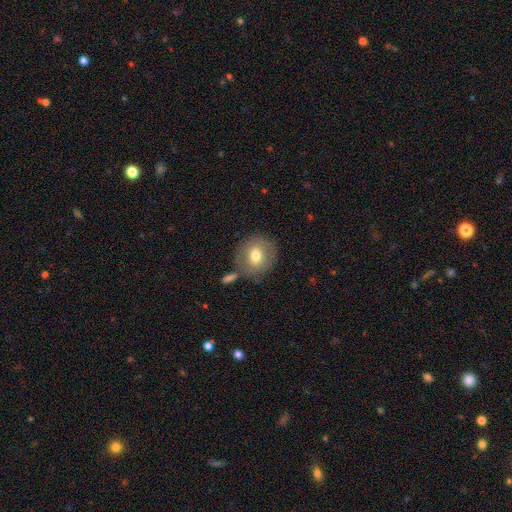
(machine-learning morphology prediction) smooth 69%, featured or disk 23%, star or artifact 8%. Down the decision tree: how rounded — round (82%); merging — none (74%).